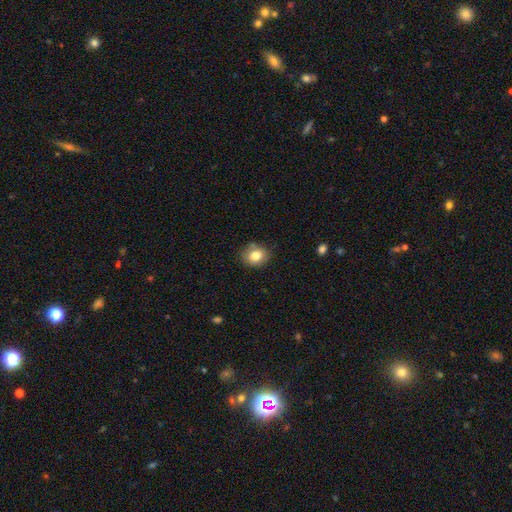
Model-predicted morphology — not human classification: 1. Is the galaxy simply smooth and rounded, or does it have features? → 81% smooth, 10% star or artifact, 9% featured or disk.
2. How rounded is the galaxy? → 52% round, 47% in between, 1% cigar-shaped.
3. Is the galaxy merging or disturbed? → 80% none, 13% minor disturbance, 4% merger, 3% major disturbance.